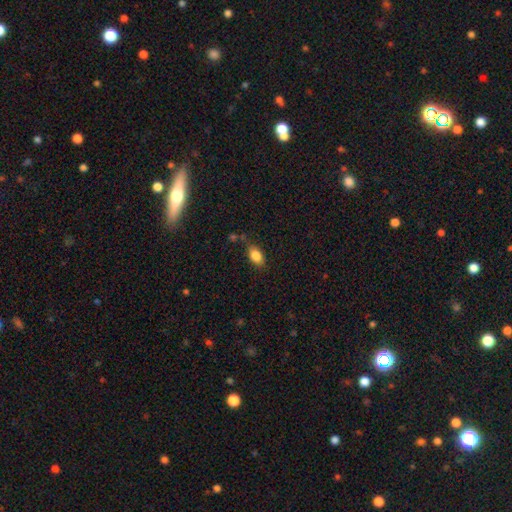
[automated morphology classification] Smooth or featured? Predicted: smooth (p=0.84). How rounded? Predicted: in between (p=0.88). Merging? Predicted: none (p=0.71).